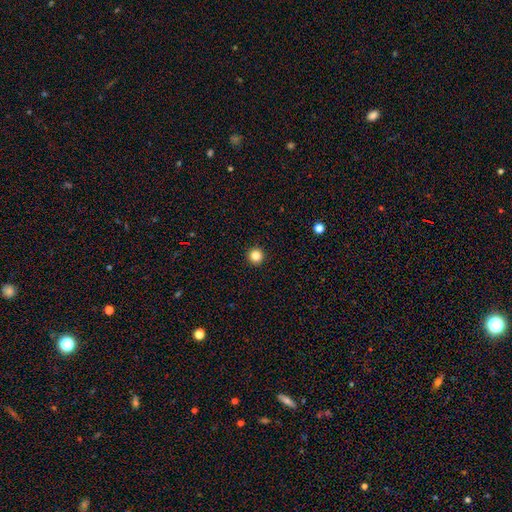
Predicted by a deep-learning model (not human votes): smooth_or_featured: smooth (p=0.84) [alt: star or artifact p=0.12]
how_rounded: round (p=0.96) [alt: in between p=0.03]
merging: none (p=0.94) [alt: minor disturbance p=0.04]